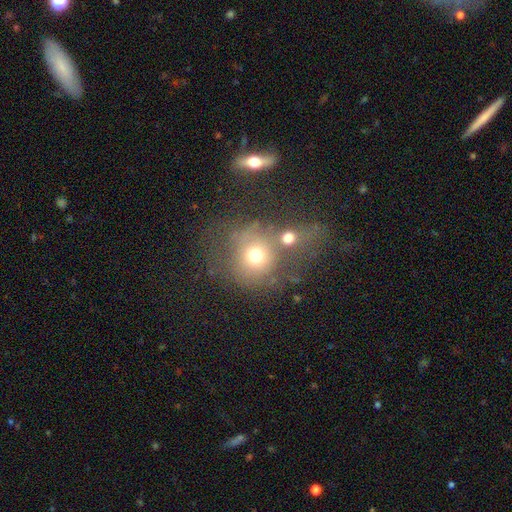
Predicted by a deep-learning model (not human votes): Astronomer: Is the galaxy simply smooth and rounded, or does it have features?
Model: smooth — 66%.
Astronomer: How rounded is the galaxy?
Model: round — 86%.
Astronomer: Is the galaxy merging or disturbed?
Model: merger — 40% (runner-up: none, 36%).